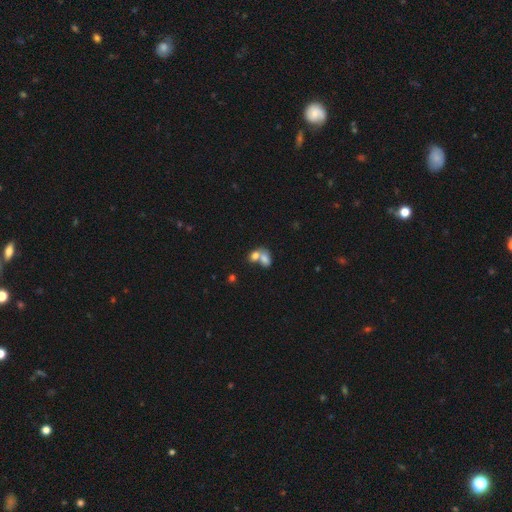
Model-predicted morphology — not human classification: smooth 73%, featured or disk 17%, star or artifact 10%. Down the decision tree: how rounded — in between (71%); merging — merger (69%).